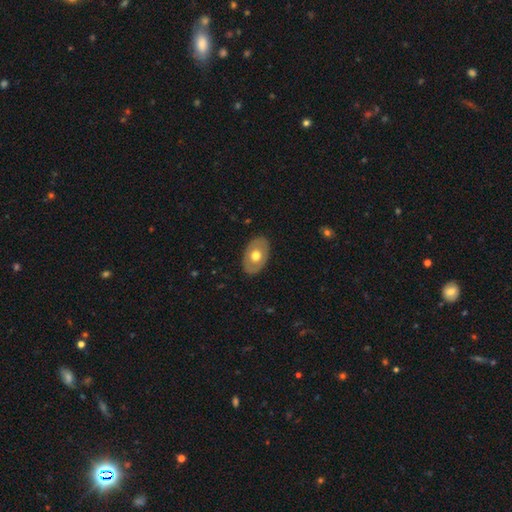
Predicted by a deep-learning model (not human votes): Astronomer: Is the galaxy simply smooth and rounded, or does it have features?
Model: smooth — 54% (runner-up: featured or disk, 41%).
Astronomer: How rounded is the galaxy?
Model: in between — 83%.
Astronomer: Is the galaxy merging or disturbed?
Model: none — 86%.